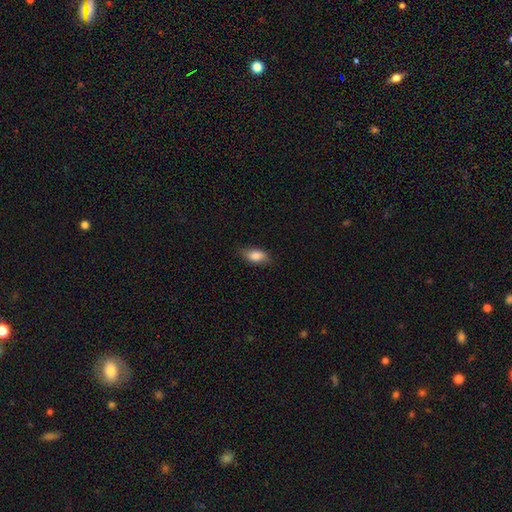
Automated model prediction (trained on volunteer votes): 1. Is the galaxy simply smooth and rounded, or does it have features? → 85% smooth, 8% featured or disk, 7% star or artifact.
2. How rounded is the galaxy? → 88% in between, 6% cigar-shaped, 5% round.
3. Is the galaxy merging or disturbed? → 79% none, 16% minor disturbance, 3% major disturbance, 1% merger.